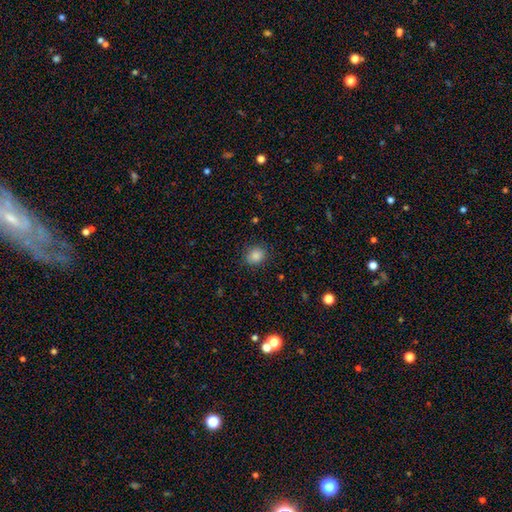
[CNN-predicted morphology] Smooth or featured?
  - smooth: 86% *
  - star or artifact: 10%
  - featured or disk: 4%
How rounded?
  - round: 56% *
  - in between: 43%
  - cigar-shaped: 1%
Merging?
  - none: 85% *
  - minor disturbance: 11%
  - major disturbance: 3%
  - merger: 1%